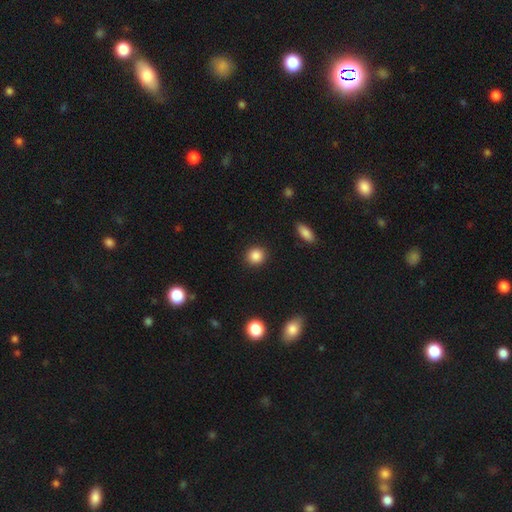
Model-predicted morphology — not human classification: This is clearly a smooth galaxy (87%). How rounded: clearly round (88%). Merging: clearly none (91%).